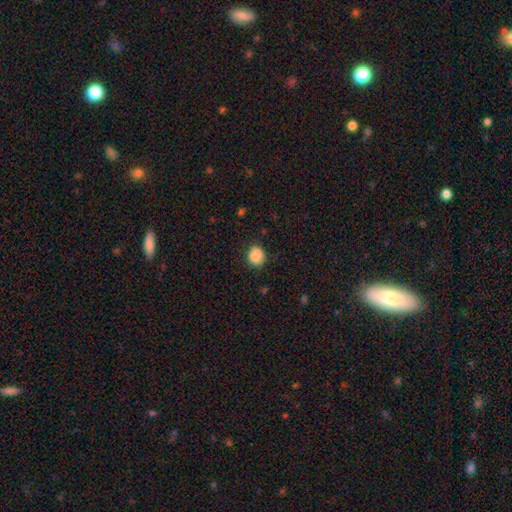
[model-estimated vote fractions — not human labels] Smooth or featured? Predicted: smooth (p=0.83). How rounded? Predicted: round (p=0.71). Merging? Predicted: none (p=0.69).